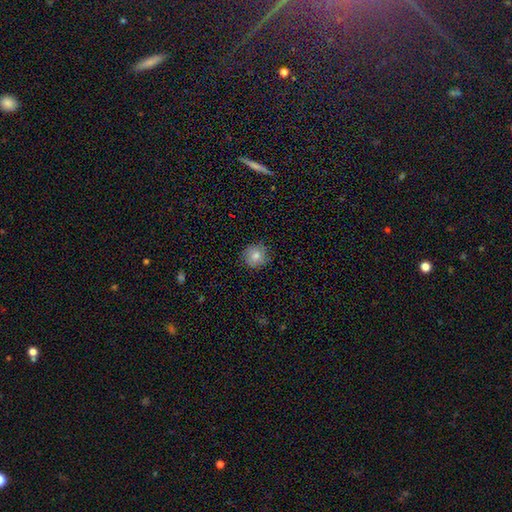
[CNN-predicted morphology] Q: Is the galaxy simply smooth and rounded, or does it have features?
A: smooth — 69%.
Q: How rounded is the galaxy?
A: round — 90%.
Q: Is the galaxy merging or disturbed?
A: none — 83%.